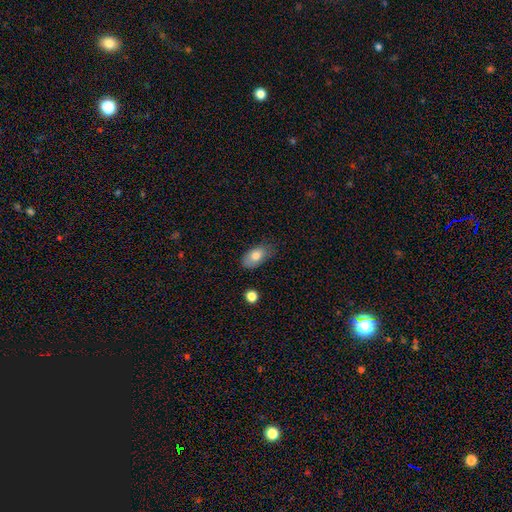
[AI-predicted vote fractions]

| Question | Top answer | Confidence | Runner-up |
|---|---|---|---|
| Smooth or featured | smooth | 77% | featured or disk (16%) |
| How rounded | in between | 92% | round (6%) |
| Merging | none | 64% | minor disturbance (28%) |